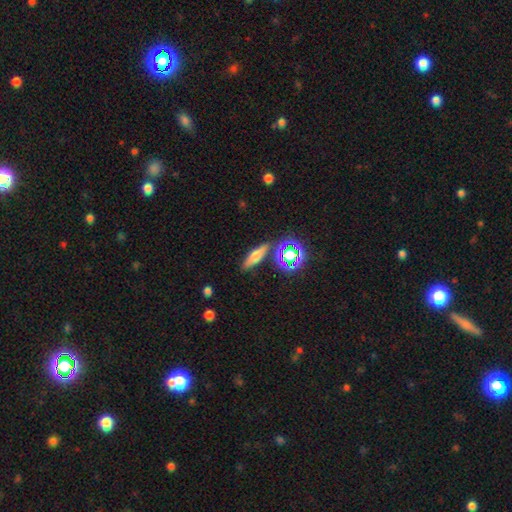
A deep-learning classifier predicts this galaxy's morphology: smooth-or-featured: smooth: 54% | featured or disk: 29% | star or artifact: 17%
  how-rounded: cigar-shaped: 55% | in between: 36% | round: 9%
  merging: none: 81% | minor disturbance: 10% | merger: 6% | major disturbance: 3%